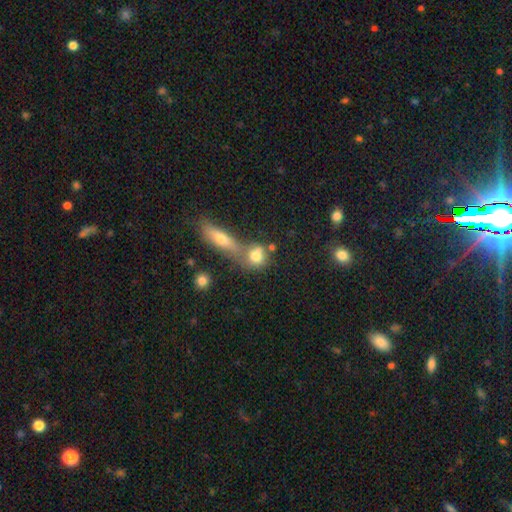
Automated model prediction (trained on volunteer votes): smooth 72%, featured or disk 15%, star or artifact 13%. Down the decision tree: how rounded — round (60%); merging — merger (46%).